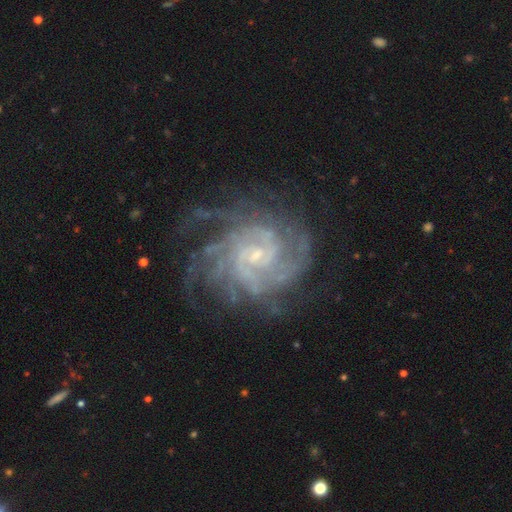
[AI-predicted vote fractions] This is clearly a featured or disk galaxy (89%). It is clearly not viewed edge-on (98%). Bar: possibly no (49%). Spiral arm pattern: clearly yes (97%). Spiral arm count: marginally can't tell (26%). Spiral winding: likely tight (66%). Central bulge: likely small (76%). Merging: likely none (69%).